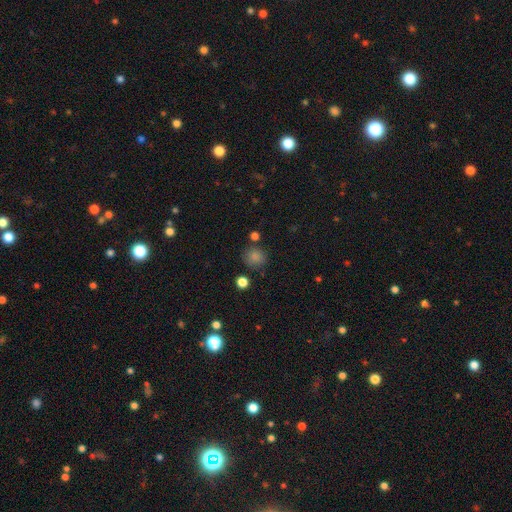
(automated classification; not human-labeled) Smooth or featured? Predicted: smooth (p=0.75). How rounded? Predicted: round (p=0.90). Merging? Predicted: none (p=0.84).